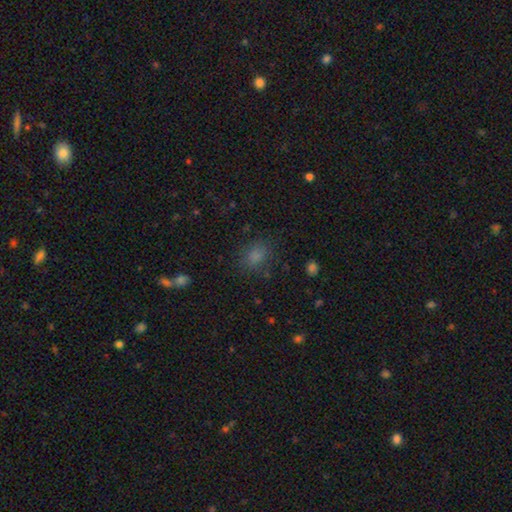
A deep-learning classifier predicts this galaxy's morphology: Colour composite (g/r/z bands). It shows a smooth galaxy with no disk features (79%) that is in between round and cigar-shaped (61%). Merging: none (79%).